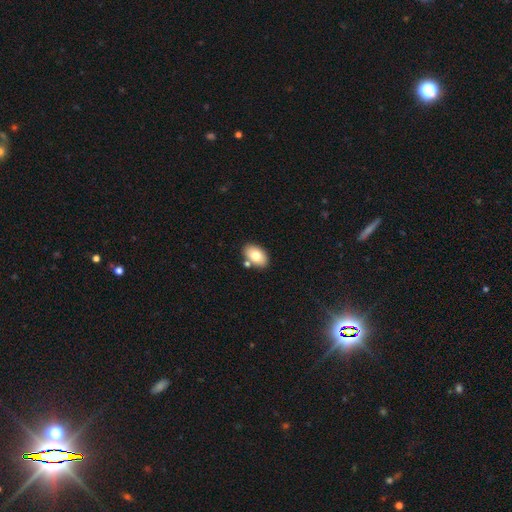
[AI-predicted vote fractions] Smooth or featured?
  - smooth: 77% *
  - featured or disk: 15%
  - star or artifact: 7%
How rounded?
  - in between: 91% *
  - round: 8%
  - cigar-shaped: 1%
Merging?
  - none: 76% *
  - minor disturbance: 11%
  - merger: 10%
  - major disturbance: 2%